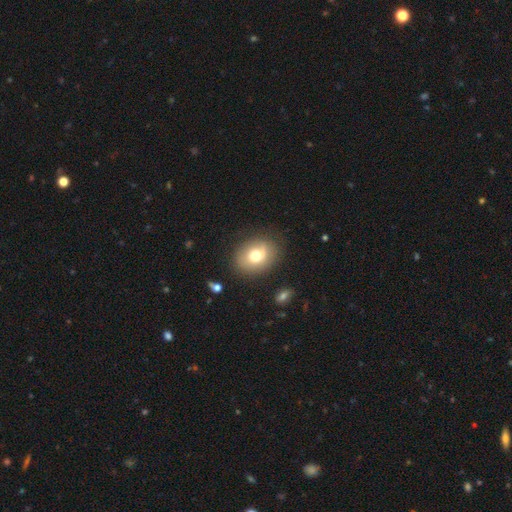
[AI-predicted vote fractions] smooth_or_featured: smooth (p=0.69) [alt: featured or disk p=0.22]
how_rounded: in between (p=0.52) [alt: round p=0.47]
merging: none (p=0.78) [alt: minor disturbance p=0.15]